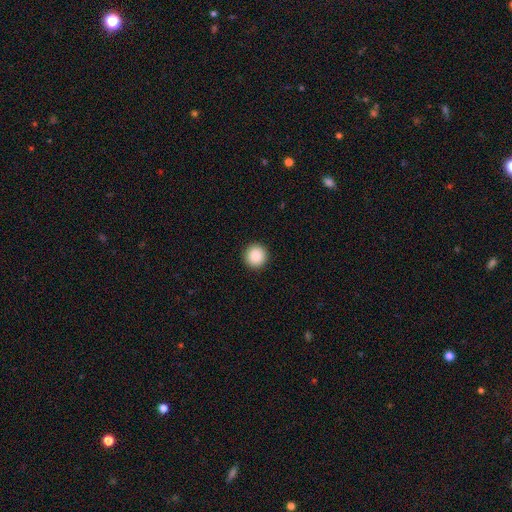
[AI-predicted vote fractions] This is clearly a smooth galaxy (89%). How rounded: clearly round (95%). Merging: clearly none (93%).